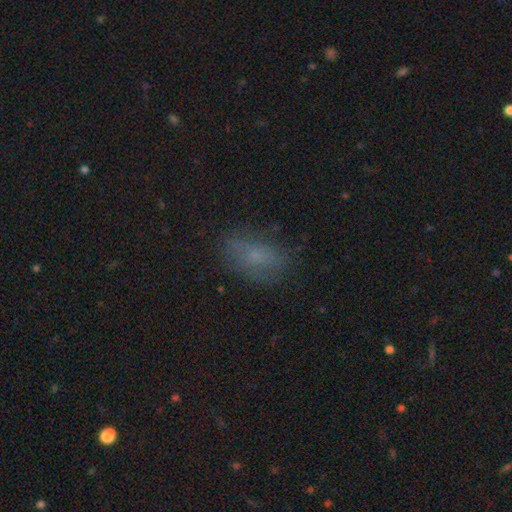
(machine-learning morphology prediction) Smooth or featured: smooth — 62% (featured or disk — 20%)
How rounded: in between — 86% (round — 10%)
Merging: none — 70% (minor disturbance — 19%)